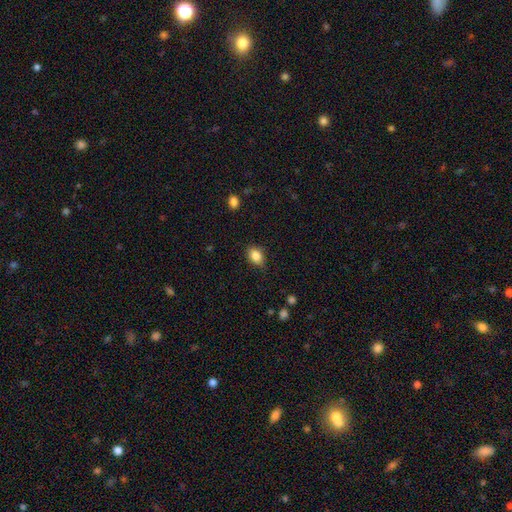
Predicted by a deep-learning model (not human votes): This appears to be a smooth galaxy with no disk features (84%) that is in between round and cigar-shaped (76%). Merging: none (80%).